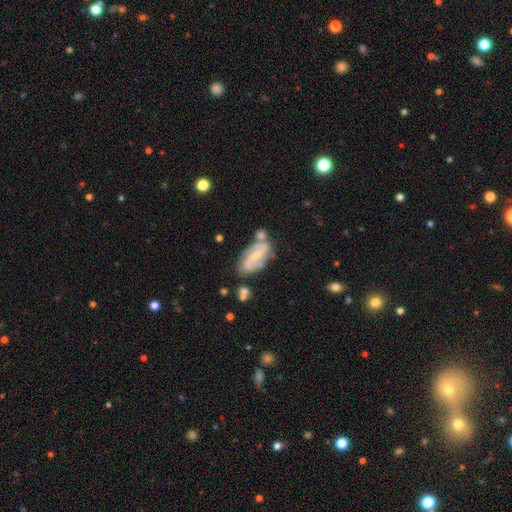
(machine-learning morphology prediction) Q: Smooth or featured?
A: featured or disk (72%); runner-up: smooth (21%)
Q: Edge-on disk?
A: no (94%); runner-up: yes (6%)
Q: Bar?
A: weak (43%); runner-up: no (30%)
Q: Spiral arms?
A: yes (90%); runner-up: no (10%)
Q: Spiral winding?
A: medium (44%); runner-up: loose (32%)
Q: Spiral arm count?
A: 2 (84%); runner-up: can't tell (9%)
Q: Bulge size?
A: small (60%); runner-up: moderate (31%)
Q: Merging?
A: none (60%); runner-up: minor disturbance (19%)